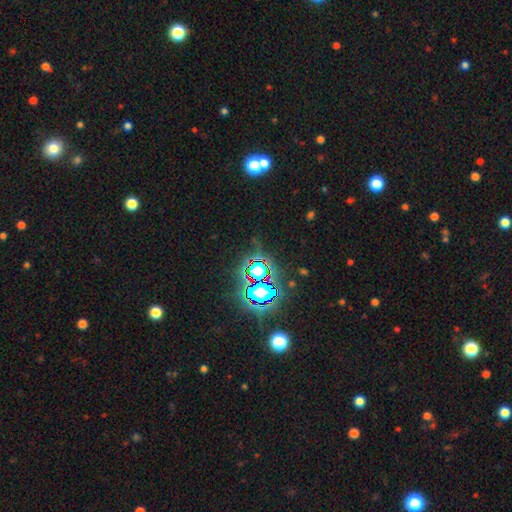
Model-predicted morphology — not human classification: A star or artifact, not a galaxy (81%).

Vote fractions:
- Smooth or featured? star or artifact: 81% / smooth: 11% / featured or disk: 8%